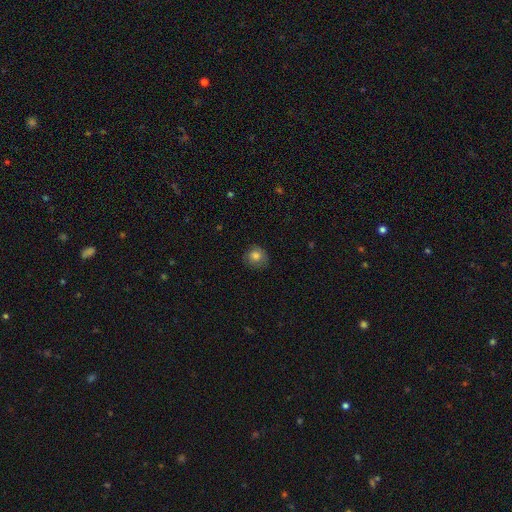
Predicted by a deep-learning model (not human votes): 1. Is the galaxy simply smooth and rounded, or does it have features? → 78% smooth, 12% featured or disk, 10% star or artifact.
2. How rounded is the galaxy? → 87% round, 12% in between, 1% cigar-shaped.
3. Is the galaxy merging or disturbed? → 79% none, 16% minor disturbance, 4% major disturbance, 1% merger.